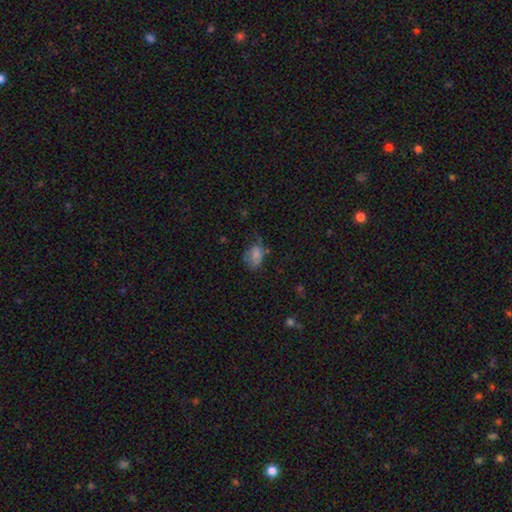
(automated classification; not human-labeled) This appears to be a smooth galaxy with no disk features (72%) that is in between round and cigar-shaped (82%). Merging: none (39%).